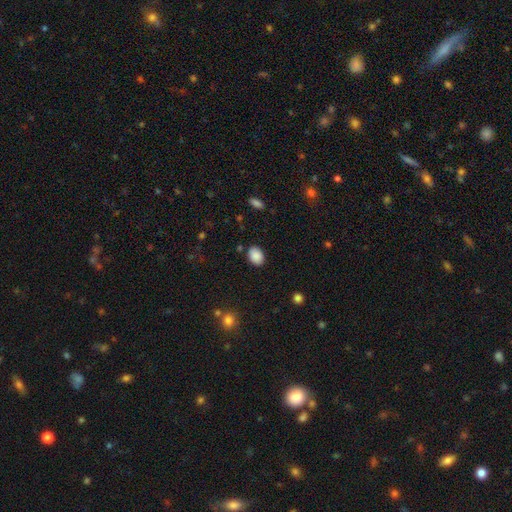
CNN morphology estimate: smooth-or-featured: smooth: 88% | star or artifact: 8% | featured or disk: 4%
  how-rounded: in between: 71% | round: 28% | cigar-shaped: 1%
  merging: none: 84% | minor disturbance: 11% | major disturbance: 3% | merger: 2%